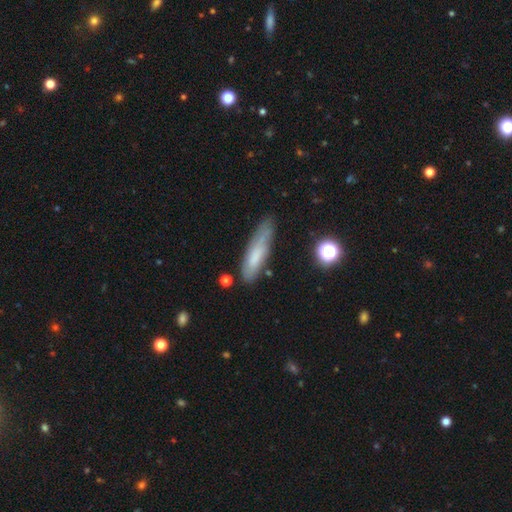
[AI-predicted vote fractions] Q: Smooth or featured?
A: smooth (64%); runner-up: featured or disk (27%)
Q: How rounded?
A: cigar-shaped (71%); runner-up: in between (27%)
Q: Merging?
A: none (61%); runner-up: minor disturbance (27%)